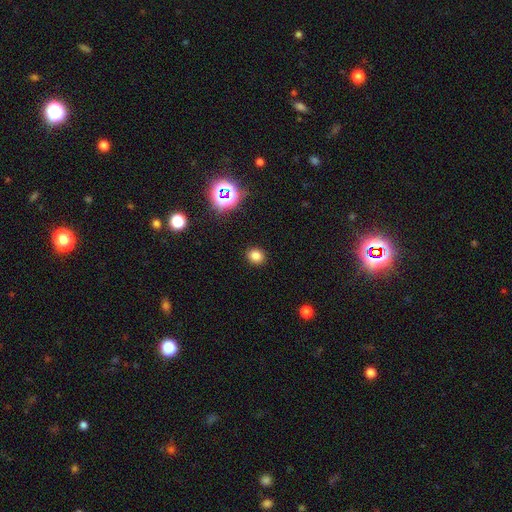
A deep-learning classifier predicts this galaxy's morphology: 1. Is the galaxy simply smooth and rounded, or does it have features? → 78% smooth, 17% star or artifact, 5% featured or disk.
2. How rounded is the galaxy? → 71% round, 28% in between, 1% cigar-shaped.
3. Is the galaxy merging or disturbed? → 90% none, 6% minor disturbance, 2% major disturbance, 1% merger.